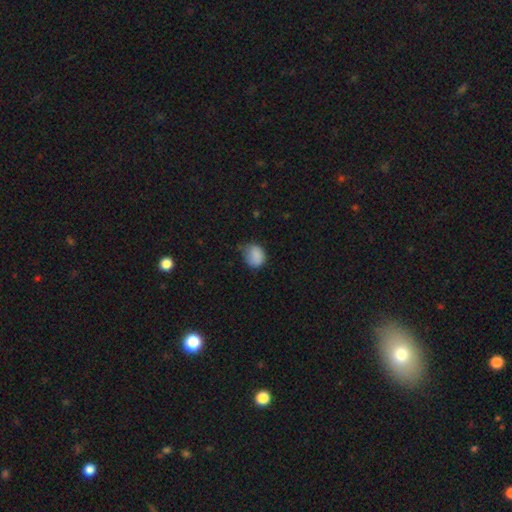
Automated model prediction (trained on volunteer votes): Smooth or featured? smooth (85%)
How rounded? round (58%)
Merging? none (49%)